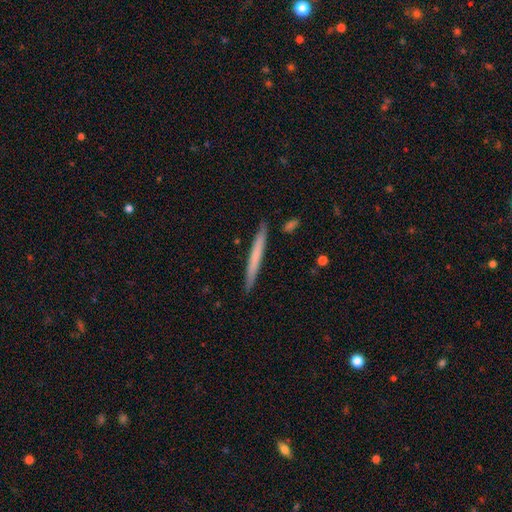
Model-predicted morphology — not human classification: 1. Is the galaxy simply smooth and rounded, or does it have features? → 60% smooth, 35% featured or disk, 5% star or artifact.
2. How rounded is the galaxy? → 97% cigar-shaped, 2% in between, 1% round.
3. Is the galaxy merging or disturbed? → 90% none, 7% minor disturbance, 2% merger, 1% major disturbance.